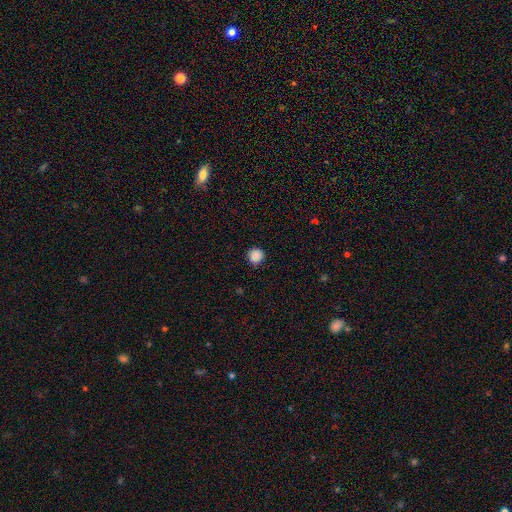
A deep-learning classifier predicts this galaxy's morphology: smooth_or_featured: smooth (p=0.88) [alt: star or artifact p=0.10]
how_rounded: round (p=0.93) [alt: in between p=0.06]
merging: none (p=0.90) [alt: minor disturbance p=0.07]